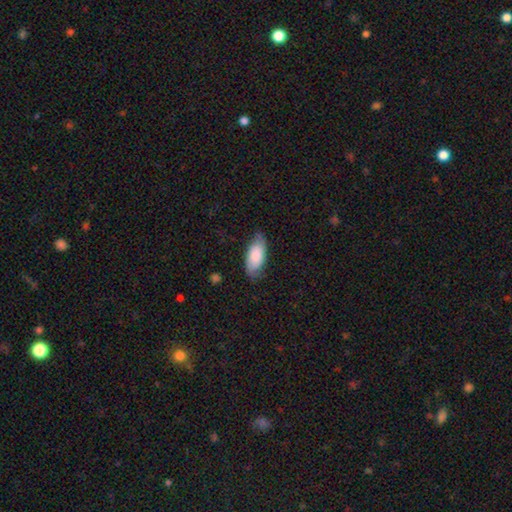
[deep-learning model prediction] Smooth or featured?
  - smooth: 72% *
  - featured or disk: 21%
  - star or artifact: 6%
How rounded?
  - in between: 89% *
  - cigar-shaped: 9%
  - round: 2%
Merging?
  - none: 68% *
  - minor disturbance: 25%
  - major disturbance: 6%
  - merger: 1%